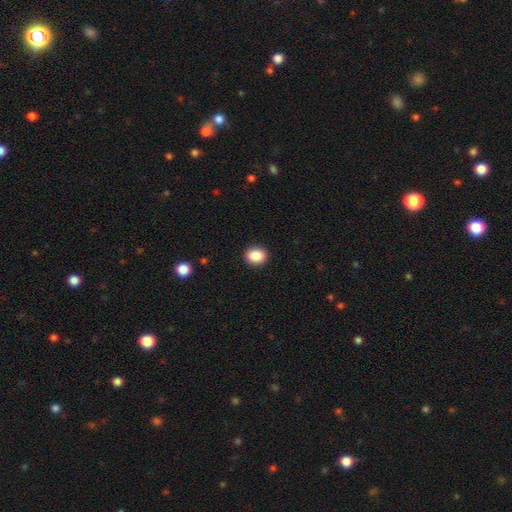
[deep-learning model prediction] A smooth galaxy with no disk features (88%) that is round (55%). Merging: none (91%).